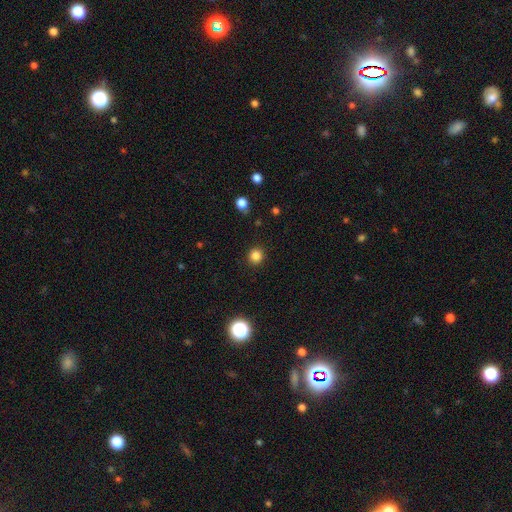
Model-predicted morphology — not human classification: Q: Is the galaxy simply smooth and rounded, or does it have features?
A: smooth — 83%.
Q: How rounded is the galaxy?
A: round — 93%.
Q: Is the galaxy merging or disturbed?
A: none — 91%.